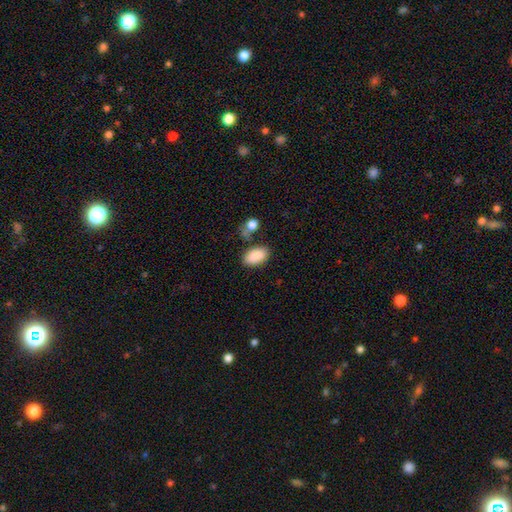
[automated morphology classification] Overall: smooth (89%). How rounded: in between (93%). Merging: none (73%).